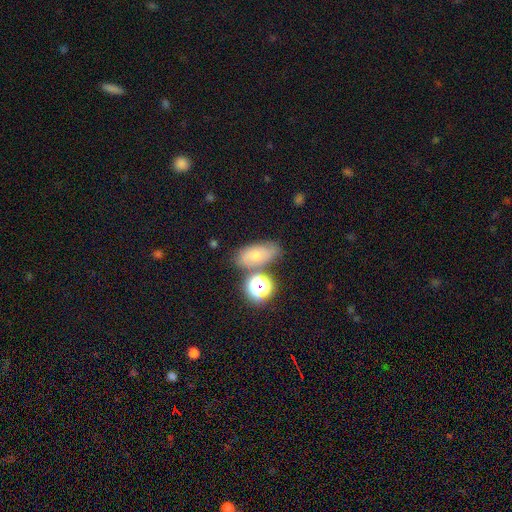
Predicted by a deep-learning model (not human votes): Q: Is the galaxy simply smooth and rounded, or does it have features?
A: smooth — 61%.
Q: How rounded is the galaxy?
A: in between — 76%.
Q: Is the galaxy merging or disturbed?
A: none — 60%.